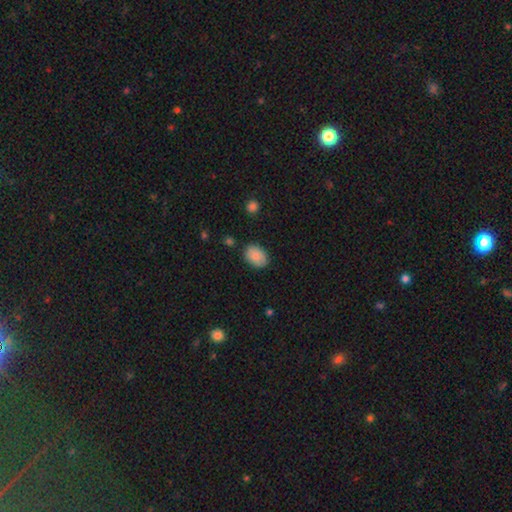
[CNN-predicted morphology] The model was most divided on "how rounded": in between: 79%, round: 20%, cigar-shaped: 1%. More confident: smooth or featured — smooth (88%); merging — none (83%).